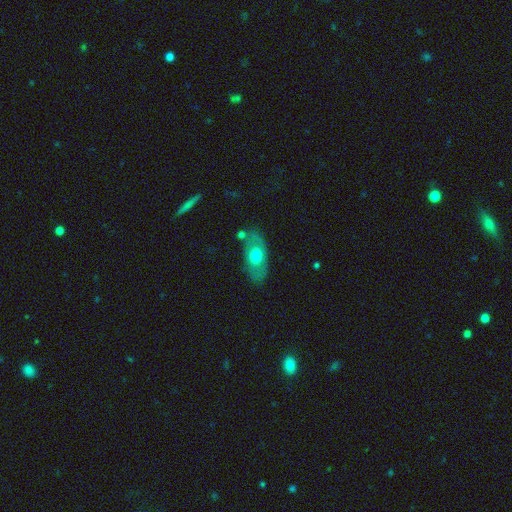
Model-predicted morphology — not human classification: Smooth or featured? smooth (55%)
How rounded? in between (88%)
Merging? none (71%)